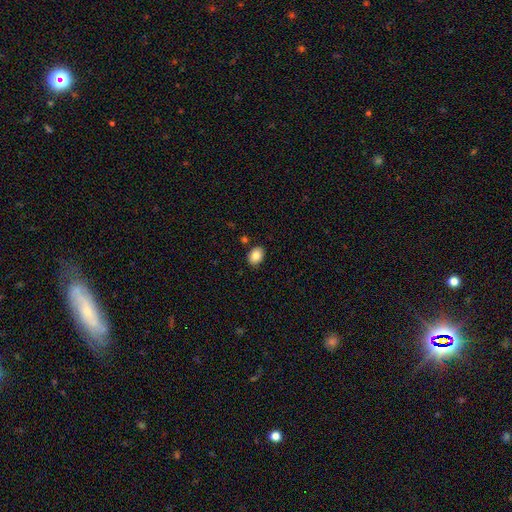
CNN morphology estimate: Q: Smooth or featured?
A: smooth (85%); runner-up: star or artifact (8%)
Q: How rounded?
A: in between (72%); runner-up: round (27%)
Q: Merging?
A: none (87%); runner-up: minor disturbance (9%)